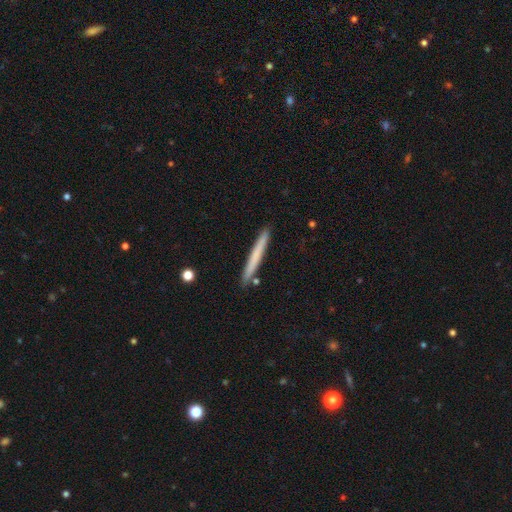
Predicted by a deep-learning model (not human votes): A smooth galaxy with no disk features (64%) that is cigar-shaped (97%). Merging: none (89%).